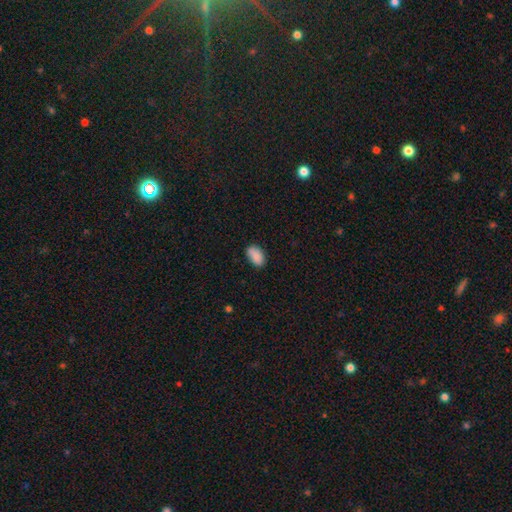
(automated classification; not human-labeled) Smooth or featured: smooth — 88% (star or artifact — 7%)
How rounded: in between — 92% (round — 6%)
Merging: none — 80% (minor disturbance — 16%)